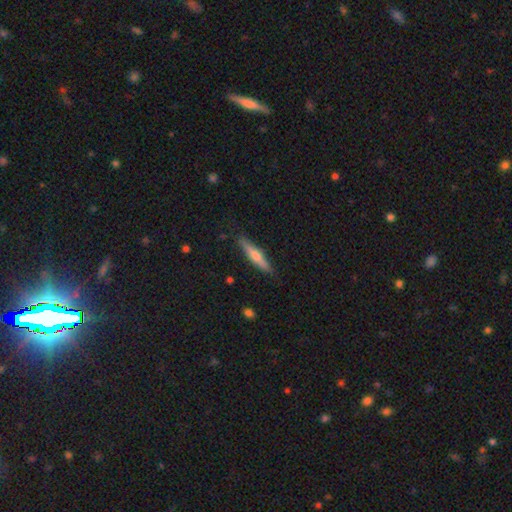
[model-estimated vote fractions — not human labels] A featured or disk galaxy (49%). Merging: none (86%).